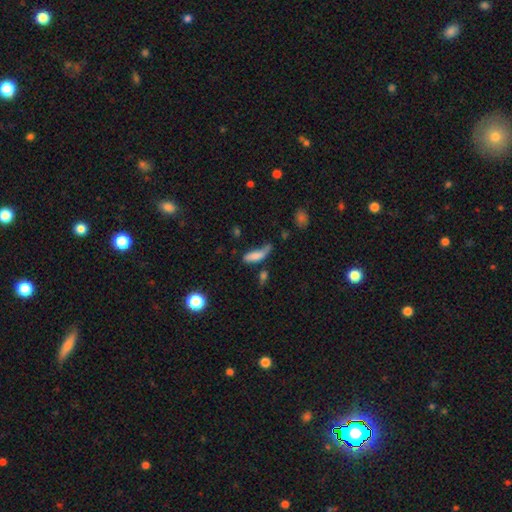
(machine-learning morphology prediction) Smooth or featured? Predicted: smooth (p=0.73). How rounded? Predicted: in between (p=0.57). Merging? Predicted: none (p=0.34).